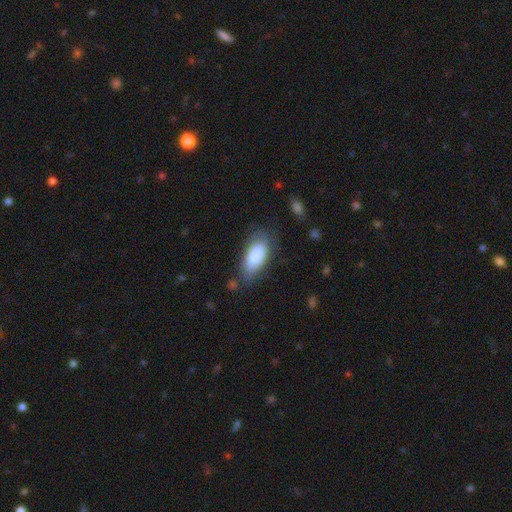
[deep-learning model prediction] Smooth or featured?
  - smooth: 85% *
  - featured or disk: 8%
  - star or artifact: 6%
How rounded?
  - in between: 90% *
  - cigar-shaped: 7%
  - round: 2%
Merging?
  - none: 69% *
  - minor disturbance: 22%
  - major disturbance: 7%
  - merger: 3%